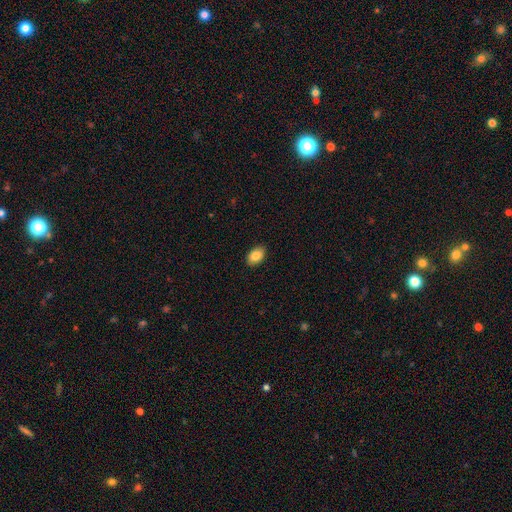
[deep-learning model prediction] The model was most divided on "smooth or featured": smooth: 85%, featured or disk: 8%, star or artifact: 7%. More confident: merging — none (90%); how rounded — in between (89%).